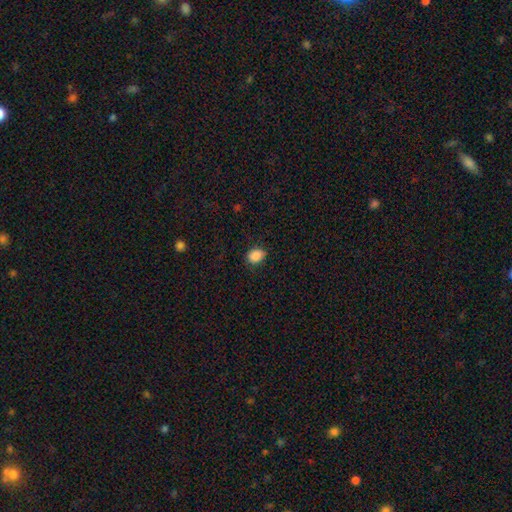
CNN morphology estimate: type=smooth (88%); roundness=in between (61%); merging=none (80%).